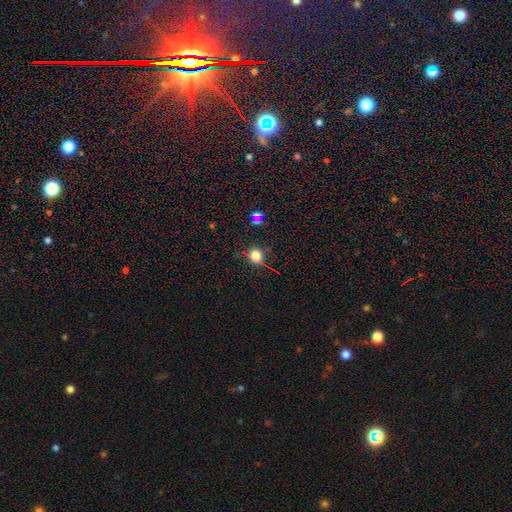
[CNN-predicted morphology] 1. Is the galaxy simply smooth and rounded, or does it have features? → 67% smooth, 23% star or artifact, 10% featured or disk.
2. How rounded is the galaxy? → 83% round, 16% in between, 2% cigar-shaped.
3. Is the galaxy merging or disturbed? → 79% none, 13% minor disturbance, 5% major disturbance, 3% merger.